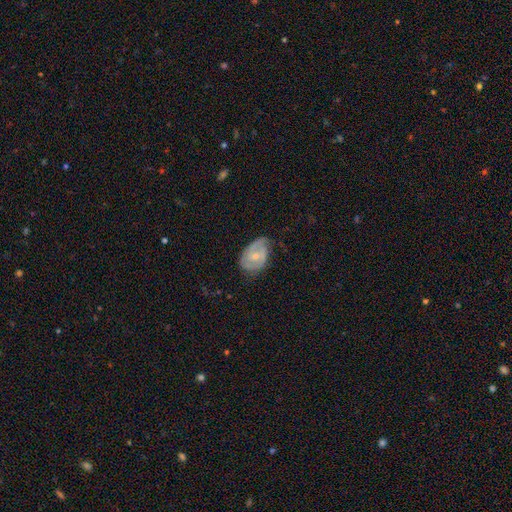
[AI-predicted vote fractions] A featured or disk galaxy (71%) with no bar (54%), 2 (59%) tight (42%) spiral arms (86%) and a small central bulge (53%).

Vote fractions:
- Smooth or featured? featured or disk: 71% / smooth: 24% / star or artifact: 6%
- Edge-on disk? no: 96% / yes: 4%
- Bar? no: 54% / weak: 38% / strong: 8%
- Spiral arms? yes: 86% / no: 14%
- Spiral winding? tight: 42% / medium: 40% / loose: 18%
- Spiral arm count? 2: 59% / can't tell: 18% / 1: 14% / 3: 6% / 4: 2% / more than 4: 2%
- Bulge size? small: 53% / moderate: 43% / none: 2% / large: 1% / dominant: 1%
- Merging? none: 50% / minor disturbance: 34% / major disturbance: 15% / merger: 2%